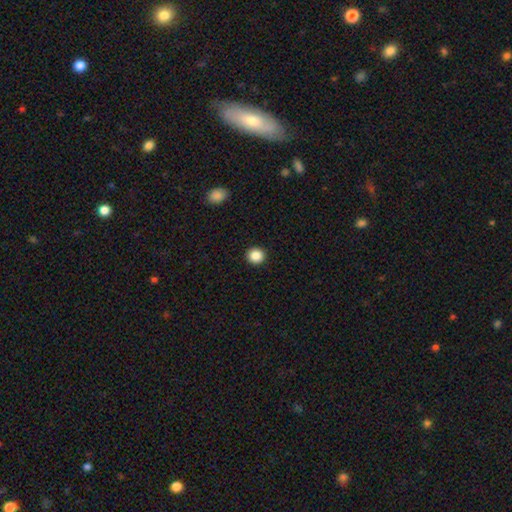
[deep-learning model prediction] smooth 87%, star or artifact 10%, featured or disk 3%. Down the decision tree: how rounded — round (92%); merging — none (93%).